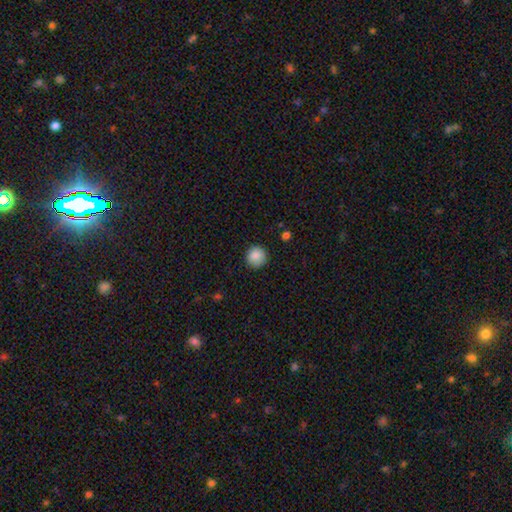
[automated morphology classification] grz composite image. It shows a smooth galaxy with no disk features (87%) that is round (94%). Merging: none (89%).